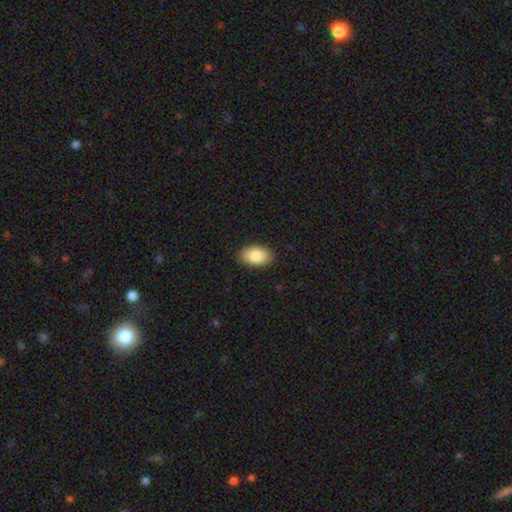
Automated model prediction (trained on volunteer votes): Smooth or featured? Predicted: smooth (p=0.87). How rounded? Predicted: in between (p=0.94). Merging? Predicted: none (p=0.89).